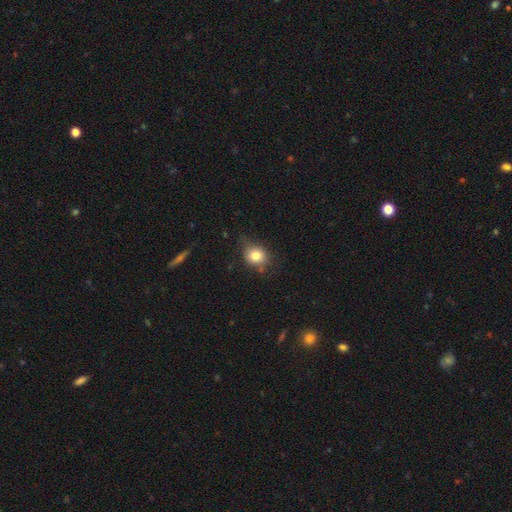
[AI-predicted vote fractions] Q: Smooth or featured?
A: smooth (79%); runner-up: star or artifact (11%)
Q: How rounded?
A: round (69%); runner-up: in between (30%)
Q: Merging?
A: none (62%); runner-up: minor disturbance (28%)